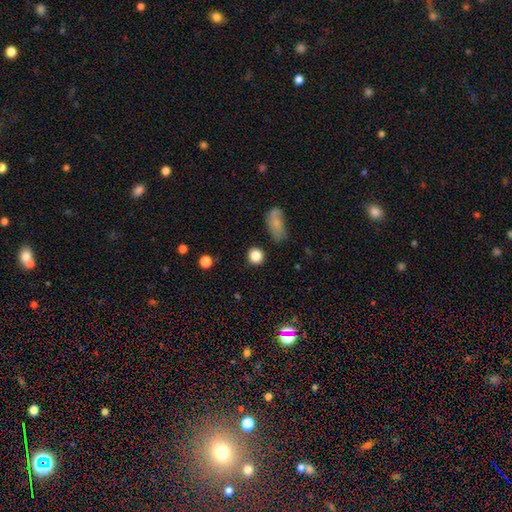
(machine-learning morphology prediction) smooth_or_featured: smooth (p=0.85) [alt: star or artifact p=0.10]
how_rounded: round (p=0.90) [alt: in between p=0.09]
merging: none (p=0.86) [alt: minor disturbance p=0.08]